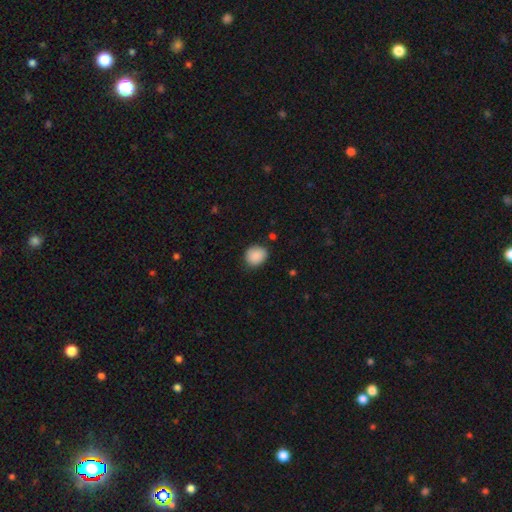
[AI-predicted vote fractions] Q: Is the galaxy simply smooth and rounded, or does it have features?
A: smooth — 88%.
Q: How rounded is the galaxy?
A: round — 69%.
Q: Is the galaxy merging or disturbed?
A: none — 80%.